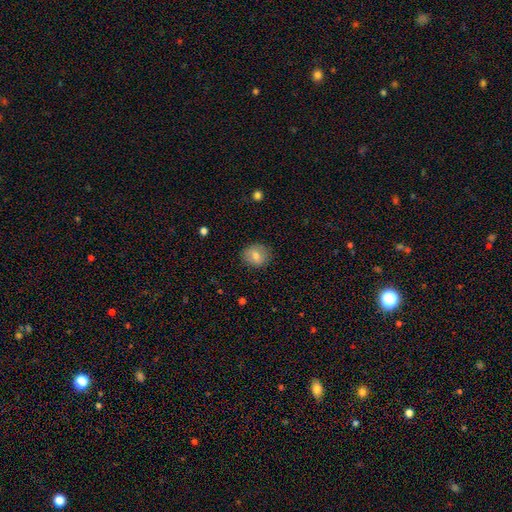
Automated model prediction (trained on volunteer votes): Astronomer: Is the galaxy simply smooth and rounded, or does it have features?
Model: smooth — 72%.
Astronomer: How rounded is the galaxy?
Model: round — 69%.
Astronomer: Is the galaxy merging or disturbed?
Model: none — 85%.